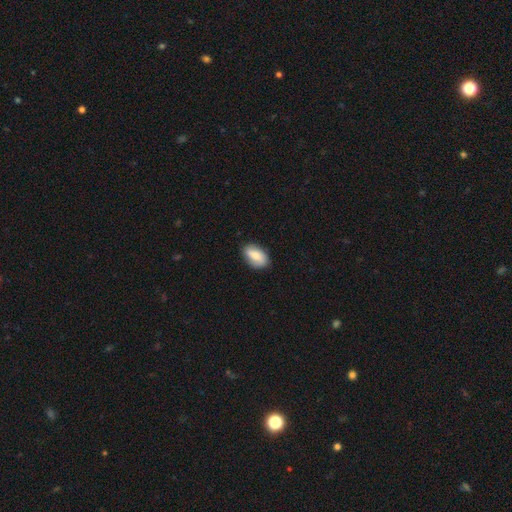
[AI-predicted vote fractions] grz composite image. It shows a smooth galaxy with no disk features (73%) that is in between round and cigar-shaped (92%). Merging: none (81%).